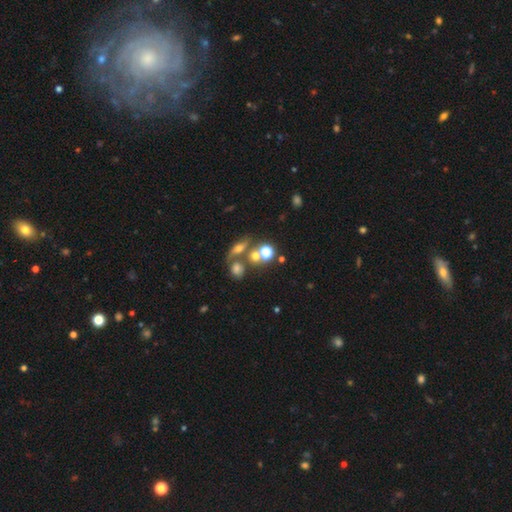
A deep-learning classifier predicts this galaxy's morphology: This appears to be a smooth galaxy with no disk features (55%) that is round (68%). Merging: none (50%).